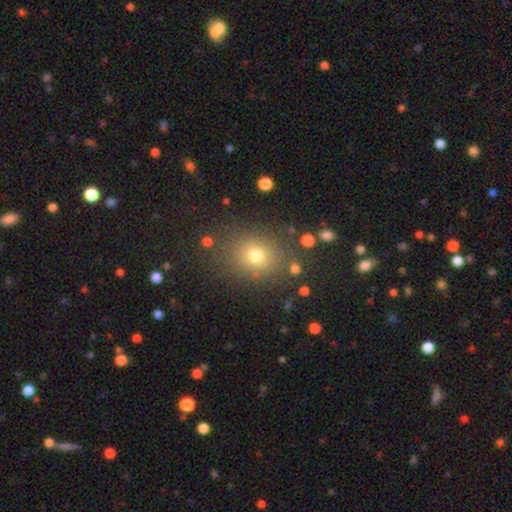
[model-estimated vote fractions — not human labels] Smooth or featured?
  - smooth: 72% *
  - star or artifact: 18%
  - featured or disk: 9%
How rounded?
  - round: 68% *
  - in between: 31%
  - cigar-shaped: 1%
Merging?
  - none: 82% *
  - minor disturbance: 10%
  - major disturbance: 5%
  - merger: 3%